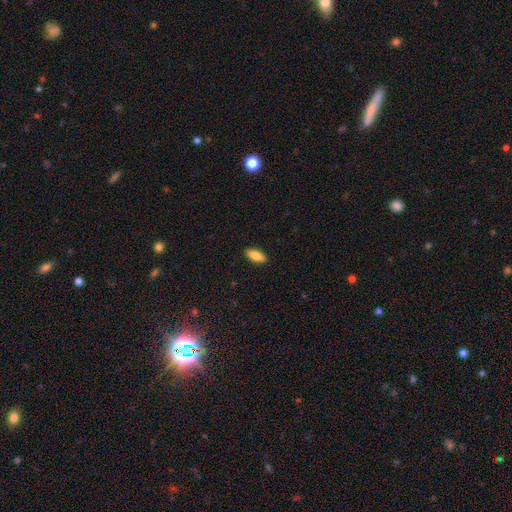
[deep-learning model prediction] Q: Smooth or featured?
A: smooth (85%); runner-up: featured or disk (8%)
Q: How rounded?
A: in between (83%); runner-up: cigar-shaped (15%)
Q: Merging?
A: none (90%); runner-up: minor disturbance (8%)